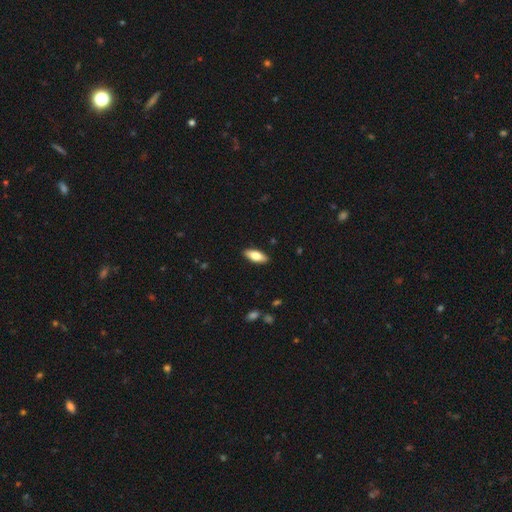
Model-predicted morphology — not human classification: Smooth or featured? Predicted: smooth (p=0.77). How rounded? Predicted: in between (p=0.77). Merging? Predicted: none (p=0.89).